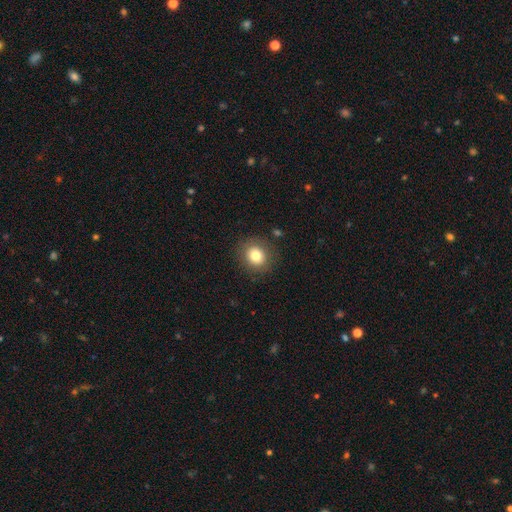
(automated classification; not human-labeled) Smooth or featured? smooth (79%)
How rounded? round (81%)
Merging? none (87%)